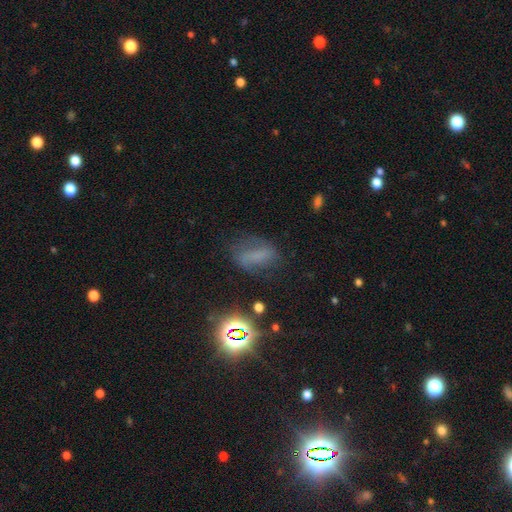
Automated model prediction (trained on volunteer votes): A smooth galaxy with no disk features (46%).

Vote fractions:
- Smooth or featured? smooth: 46% / star or artifact: 27% / featured or disk: 26%
- Merging? none: 56% / minor disturbance: 24% / major disturbance: 17% / merger: 3%